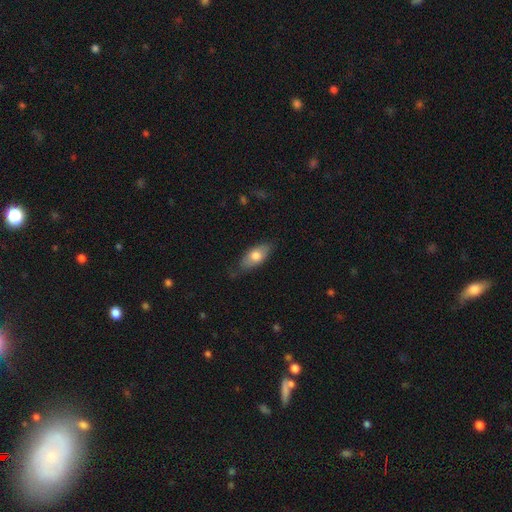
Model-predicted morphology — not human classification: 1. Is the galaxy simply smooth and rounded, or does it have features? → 71% smooth, 23% featured or disk, 6% star or artifact.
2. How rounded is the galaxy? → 86% in between, 10% cigar-shaped, 4% round.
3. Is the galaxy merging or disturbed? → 69% none, 24% minor disturbance, 5% major disturbance, 1% merger.